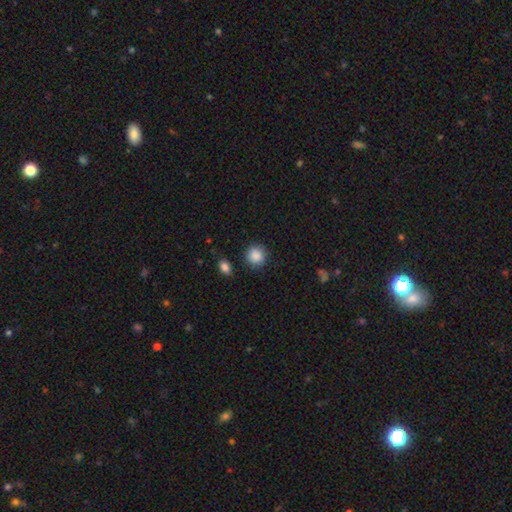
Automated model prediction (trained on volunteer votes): This appears to be a smooth galaxy with no disk features (88%) that is round (87%). Merging: none (85%).